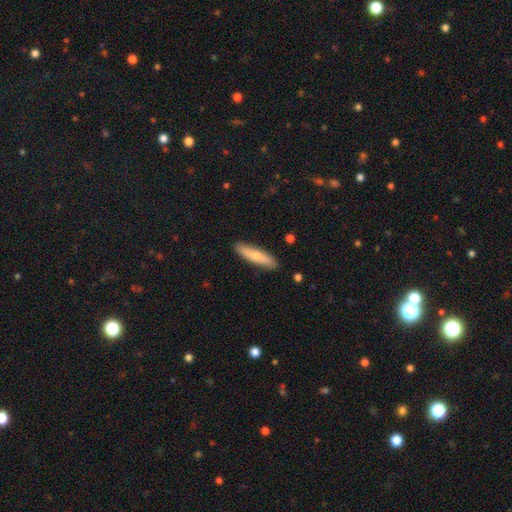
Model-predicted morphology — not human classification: A smooth galaxy with no disk features (70%) that is cigar-shaped (81%).

Vote fractions:
- Smooth or featured? smooth: 70% / featured or disk: 24% / star or artifact: 5%
- How rounded? cigar-shaped: 81% / in between: 18% / round: 2%
- Merging? none: 88% / minor disturbance: 9% / major disturbance: 2% / merger: 1%